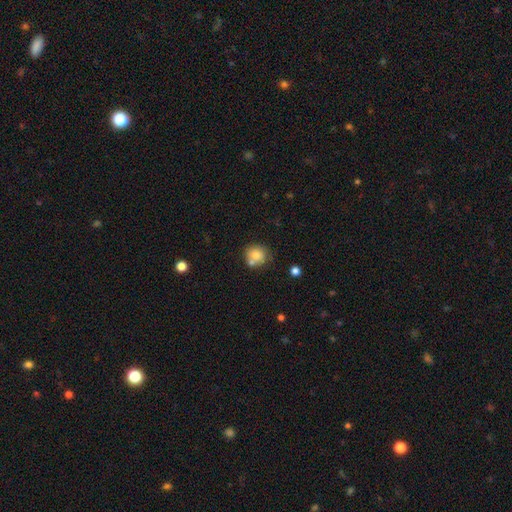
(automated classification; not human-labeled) The model was most divided on "merging": none: 62%, merger: 20%, minor disturbance: 14%, major disturbance: 4%. More confident: how rounded — round (83%); smooth or featured — smooth (78%).